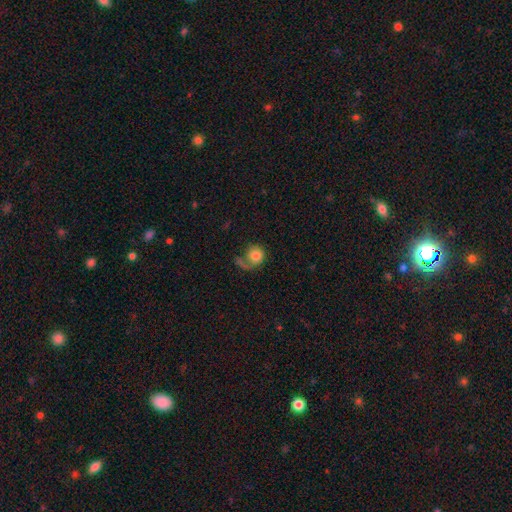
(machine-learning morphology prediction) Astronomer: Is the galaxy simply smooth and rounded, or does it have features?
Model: smooth — 69%.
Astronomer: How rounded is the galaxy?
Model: round — 82%.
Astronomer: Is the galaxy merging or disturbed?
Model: none — 35% (runner-up: major disturbance, 33%).